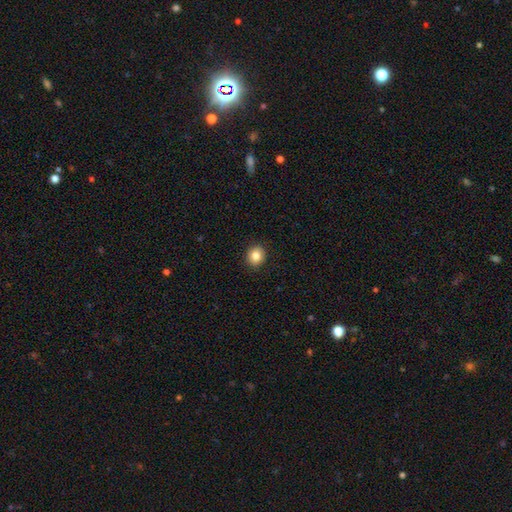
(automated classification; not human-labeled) Morphology: type=smooth (84%); roundness=round (75%); merging=none (91%).